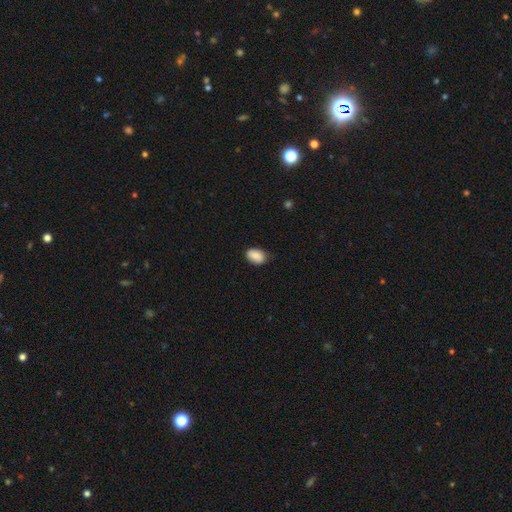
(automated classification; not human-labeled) Smooth or featured? smooth (86%)
How rounded? in between (85%)
Merging? none (78%)